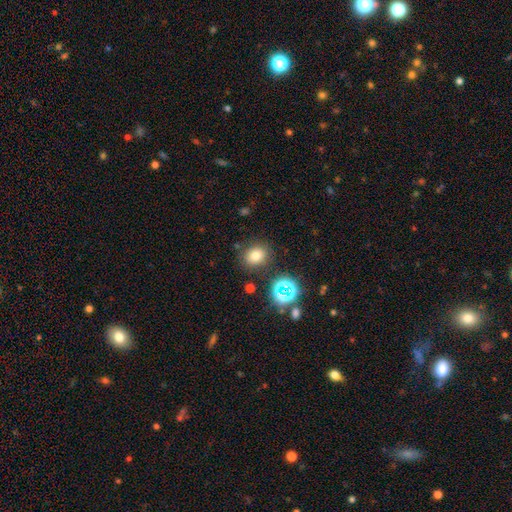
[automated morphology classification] The model was most divided on "how rounded": round: 66%, in between: 33%, cigar-shaped: 1%. More confident: merging — none (82%); smooth or featured — smooth (72%).